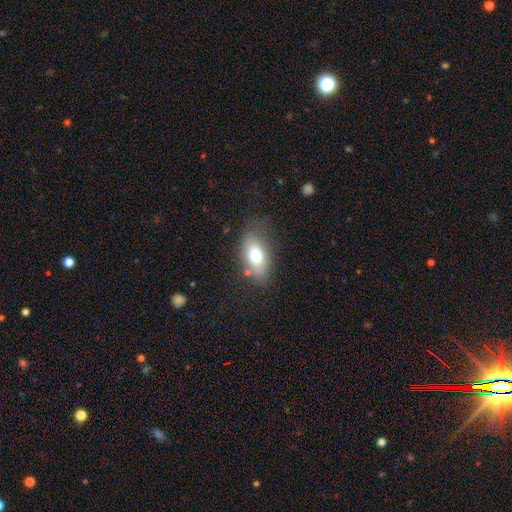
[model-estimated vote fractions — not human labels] smooth-or-featured: smooth: 71% | featured or disk: 20% | star or artifact: 10%
  how-rounded: in between: 86% | round: 10% | cigar-shaped: 4%
  merging: none: 70% | minor disturbance: 19% | major disturbance: 7% | merger: 3%